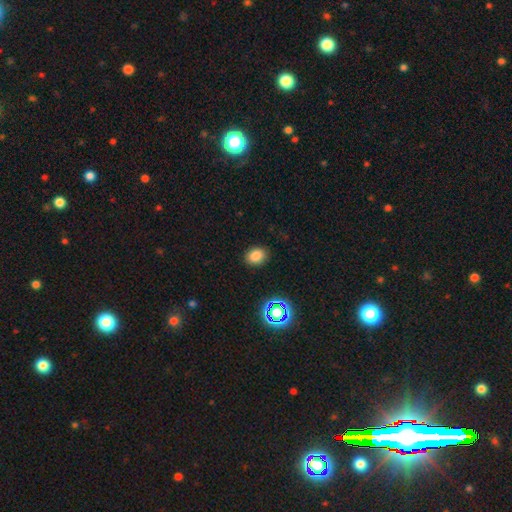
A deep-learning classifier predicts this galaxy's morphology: The model was most divided on "how rounded": in between: 56%, round: 43%, cigar-shaped: 1%. More confident: merging — none (88%); smooth or featured — smooth (81%).